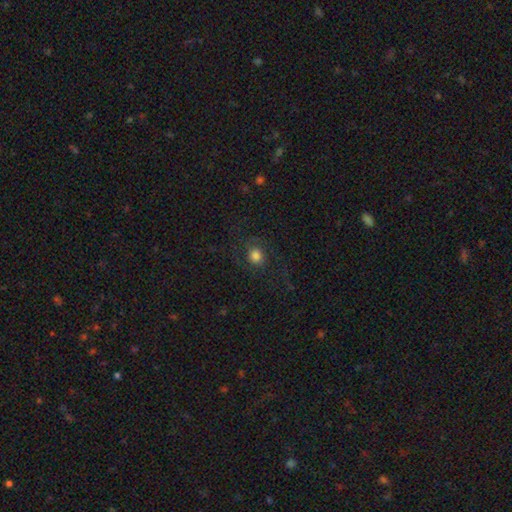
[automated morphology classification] A smooth galaxy with no disk features (62%) that is round (77%). Merging: none (71%).